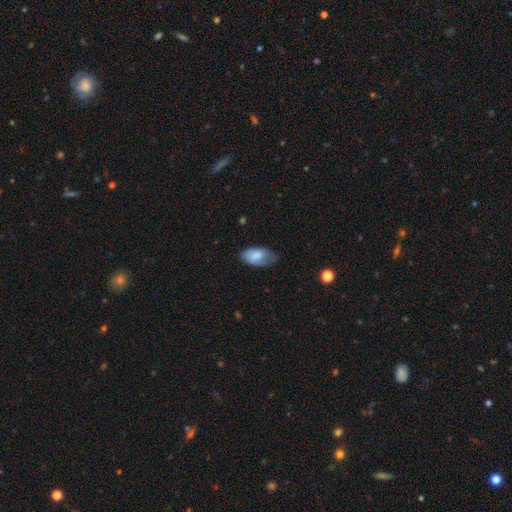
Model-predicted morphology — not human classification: A smooth galaxy with no disk features (76%) that is in between round and cigar-shaped (94%).

Vote fractions:
- Smooth or featured? smooth: 76% / featured or disk: 18% / star or artifact: 6%
- How rounded? in between: 94% / round: 4% / cigar-shaped: 2%
- Merging? none: 59% / minor disturbance: 32% / major disturbance: 7% / merger: 1%